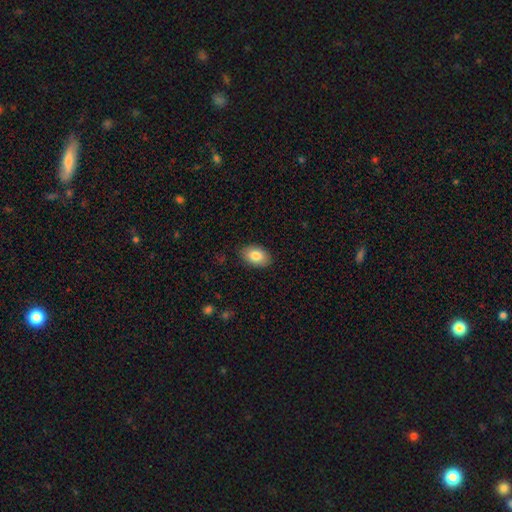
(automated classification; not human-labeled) smooth-or-featured: smooth: 84% | featured or disk: 9% | star or artifact: 7%
  how-rounded: in between: 86% | round: 13% | cigar-shaped: 1%
  merging: none: 87% | minor disturbance: 10% | major disturbance: 2% | merger: 1%